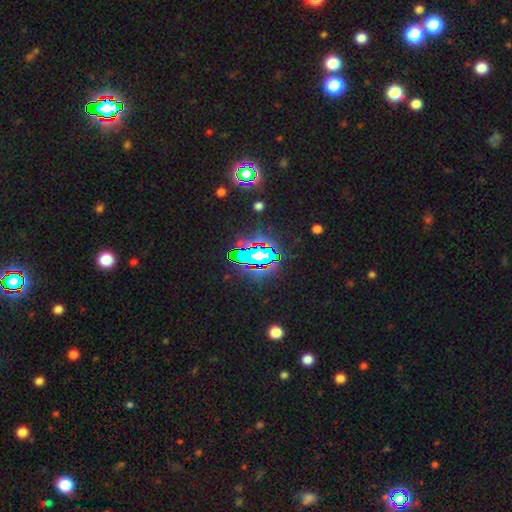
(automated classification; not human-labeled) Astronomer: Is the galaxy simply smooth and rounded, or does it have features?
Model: star or artifact — 66%.